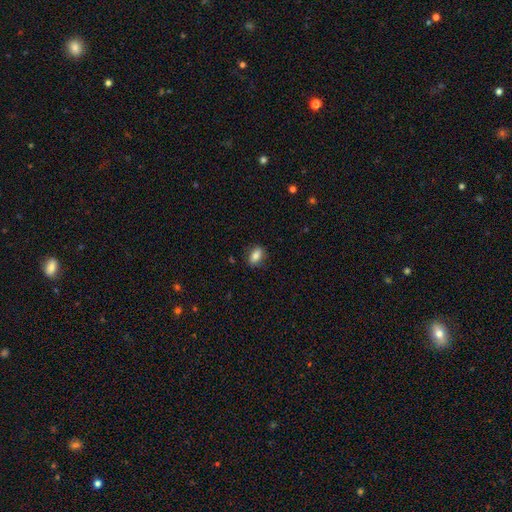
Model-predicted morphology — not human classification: Smooth or featured? Predicted: smooth (p=0.79). How rounded? Predicted: in between (p=0.82). Merging? Predicted: none (p=0.84).